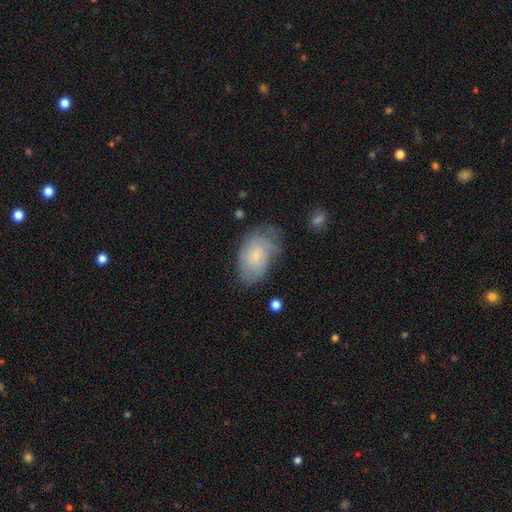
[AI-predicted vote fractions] Smooth or featured? featured or disk (46%, tied with smooth)
Merging? none (58%)